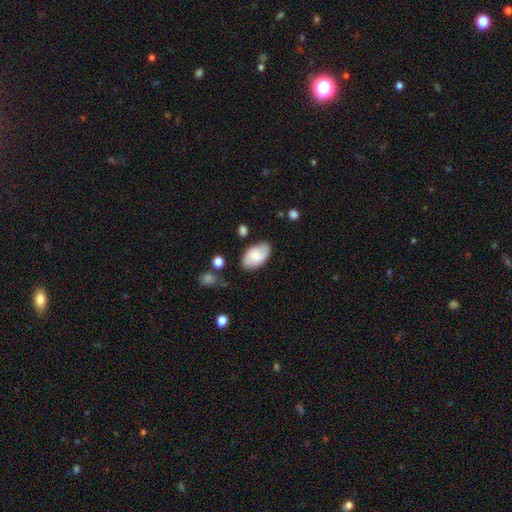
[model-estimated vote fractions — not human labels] A smooth galaxy with no disk features (66%) that is in between round and cigar-shaped (93%).

Vote fractions:
- Smooth or featured? smooth: 66% / featured or disk: 27% / star or artifact: 7%
- How rounded? in between: 93% / round: 5% / cigar-shaped: 1%
- Merging? none: 73% / minor disturbance: 20% / major disturbance: 5% / merger: 3%